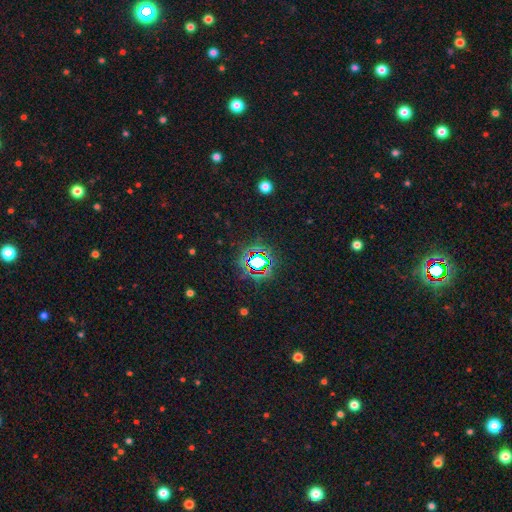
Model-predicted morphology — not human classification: Smooth or featured? star or artifact (73%)